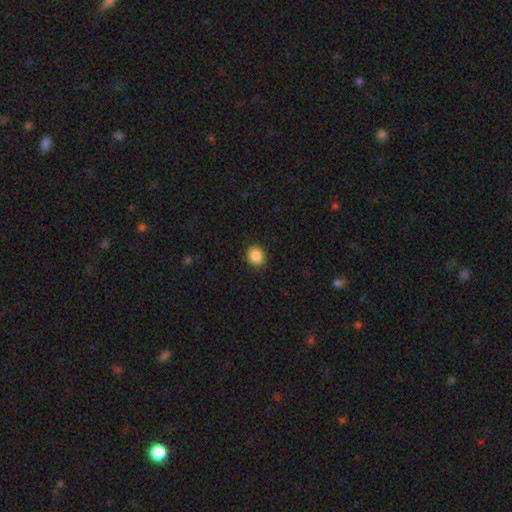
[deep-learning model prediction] Smooth or featured: smooth — 88% (star or artifact — 9%)
How rounded: round — 74% (in between — 25%)
Merging: none — 91% (minor disturbance — 6%)